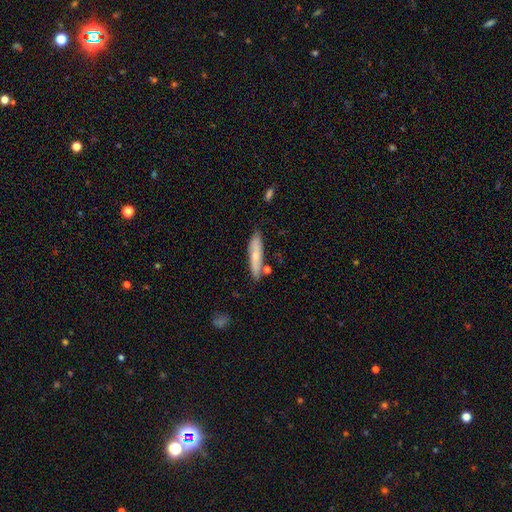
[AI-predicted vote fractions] Smooth or featured: smooth — 63% (featured or disk — 30%)
How rounded: cigar-shaped — 78% (in between — 20%)
Merging: none — 77% (minor disturbance — 15%)